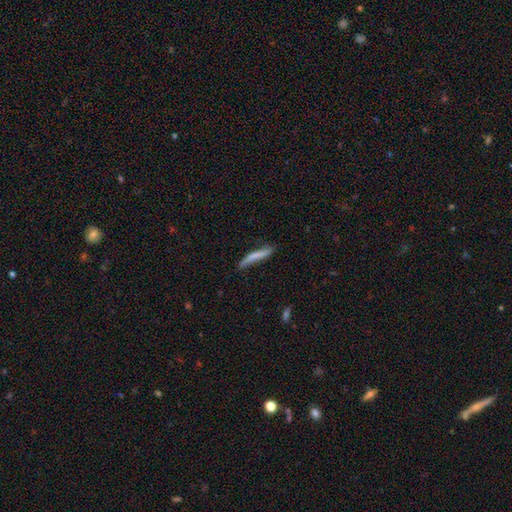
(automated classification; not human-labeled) smooth-or-featured: smooth: 69% | featured or disk: 25% | star or artifact: 6%
  how-rounded: cigar-shaped: 92% | in between: 6% | round: 1%
  merging: none: 58% | minor disturbance: 29% | major disturbance: 9% | merger: 4%